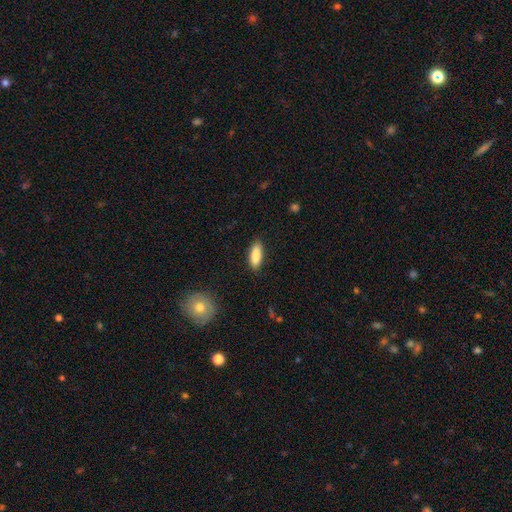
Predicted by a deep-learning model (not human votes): smooth-or-featured: smooth: 88% | star or artifact: 6% | featured or disk: 6%
  how-rounded: in between: 72% | cigar-shaped: 26% | round: 2%
  merging: none: 86% | minor disturbance: 10% | major disturbance: 2% | merger: 1%